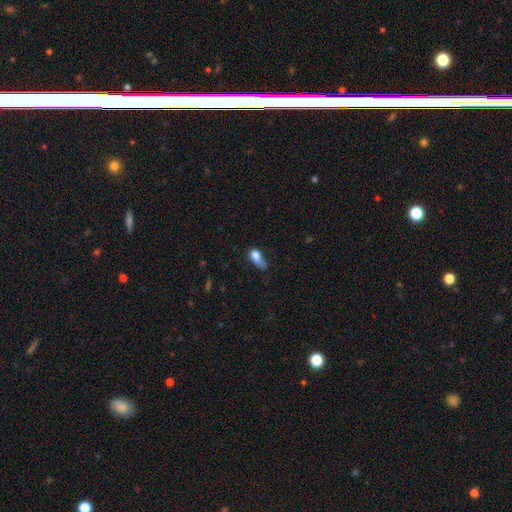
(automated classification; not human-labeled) smooth 72%, featured or disk 18%, star or artifact 10%. Down the decision tree: how rounded — in between (75%); merging — major disturbance (39%).